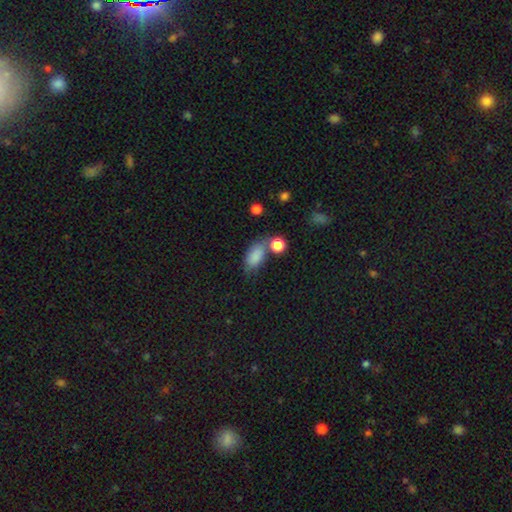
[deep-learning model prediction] This is clearly a smooth galaxy (83%). How rounded: clearly in between (88%). Merging: possibly none (51%).